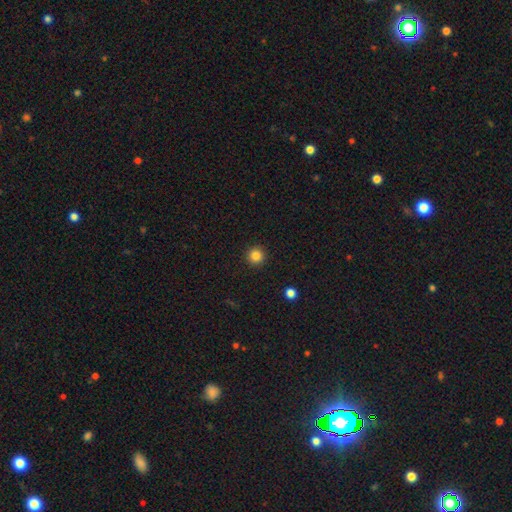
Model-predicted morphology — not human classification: A smooth galaxy with no disk features (84%) that is round (96%).

Vote fractions:
- Smooth or featured? smooth: 84% / star or artifact: 12% / featured or disk: 4%
- How rounded? round: 96% / in between: 3% / cigar-shaped: 1%
- Merging? none: 93% / minor disturbance: 4% / major disturbance: 2% / merger: 1%